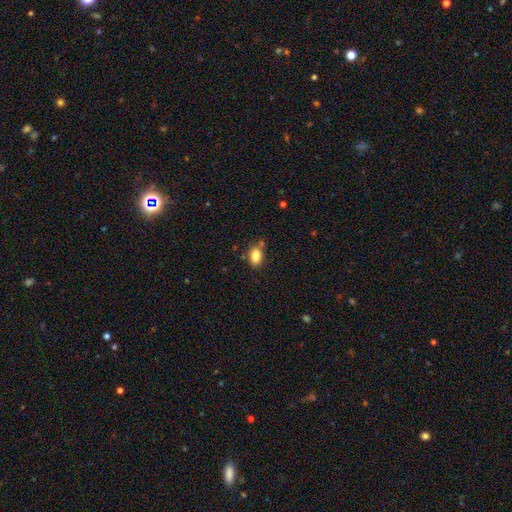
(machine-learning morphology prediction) Q: Smooth or featured?
A: smooth (85%); runner-up: star or artifact (9%)
Q: How rounded?
A: in between (83%); runner-up: round (15%)
Q: Merging?
A: none (72%); runner-up: minor disturbance (15%)